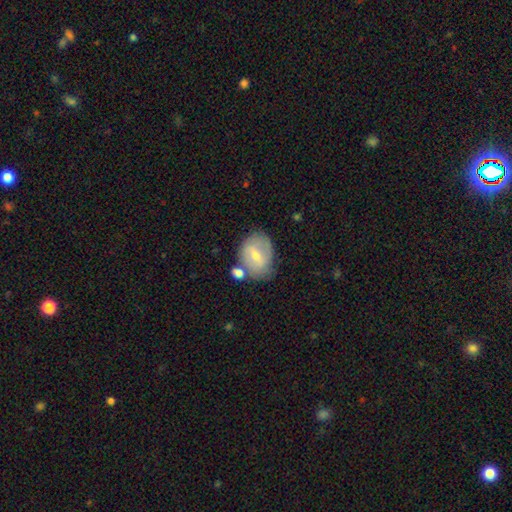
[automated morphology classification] Smooth or featured: smooth — 47% (featured or disk — 45%)
Merging: none — 56% (minor disturbance — 21%)